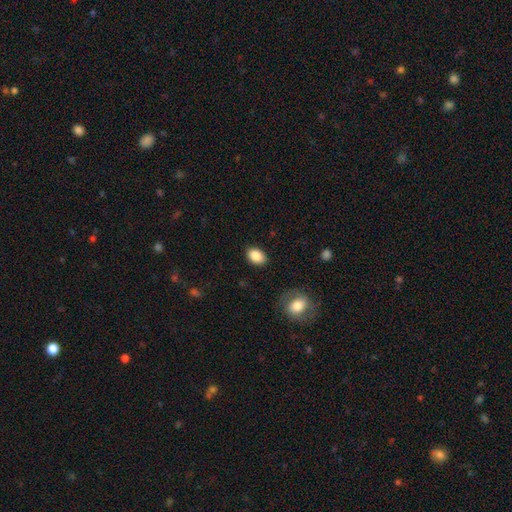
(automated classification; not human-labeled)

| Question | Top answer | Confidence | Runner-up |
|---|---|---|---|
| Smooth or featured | smooth | 88% | star or artifact (7%) |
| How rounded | in between | 82% | round (16%) |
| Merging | none | 86% | minor disturbance (10%) |